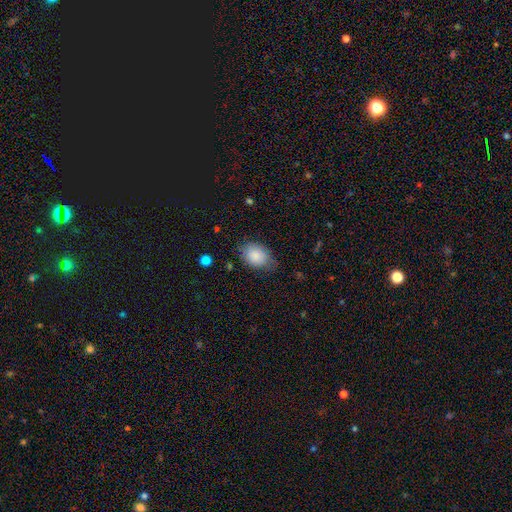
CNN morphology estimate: Smooth or featured? Predicted: smooth (p=0.85). How rounded? Predicted: in between (p=0.76). Merging? Predicted: none (p=0.66).